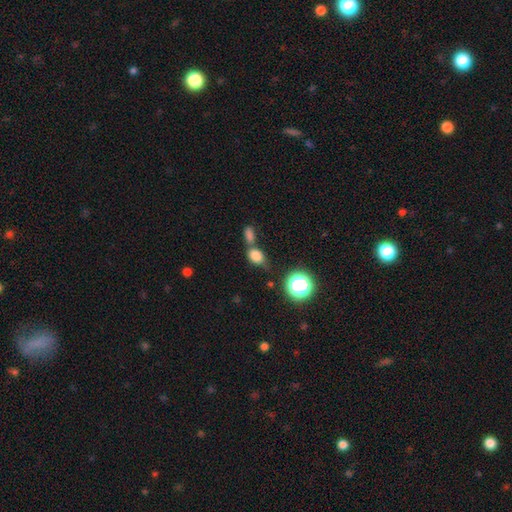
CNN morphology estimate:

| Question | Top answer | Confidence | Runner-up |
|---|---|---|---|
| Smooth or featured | smooth | 78% | star or artifact (14%) |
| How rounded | in between | 73% | round (25%) |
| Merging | none | 41% | merger (40%) |